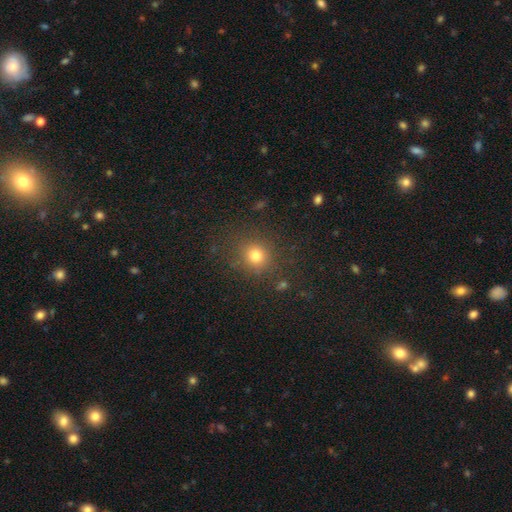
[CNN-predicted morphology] The model was most divided on "smooth or featured": smooth: 77%, star or artifact: 16%, featured or disk: 7%. More confident: how rounded — round (88%); merging — none (83%).